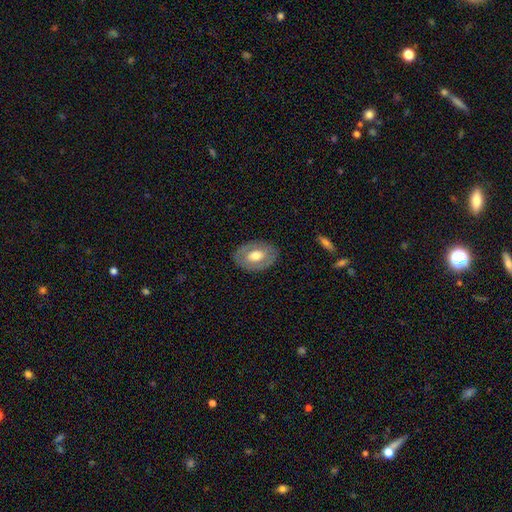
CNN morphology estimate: Overall: smooth (50%; featured or disk 44%). Merging: none (83%).